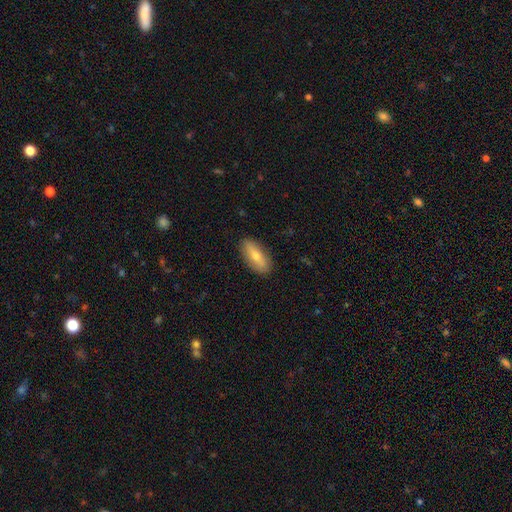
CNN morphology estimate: smooth-or-featured: smooth: 62% | featured or disk: 31% | star or artifact: 7%
  how-rounded: in between: 70% | cigar-shaped: 26% | round: 3%
  merging: none: 88% | minor disturbance: 9% | major disturbance: 2% | merger: 1%